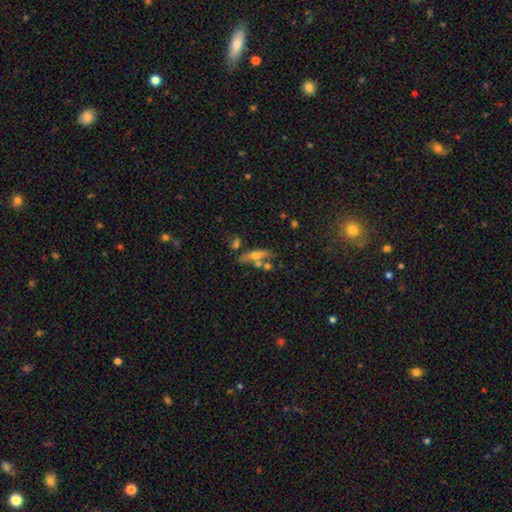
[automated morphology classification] The model was most divided on "smooth or featured": featured or disk: 47%, smooth: 45%, star or artifact: 8%. More confident: merging — none (57%).